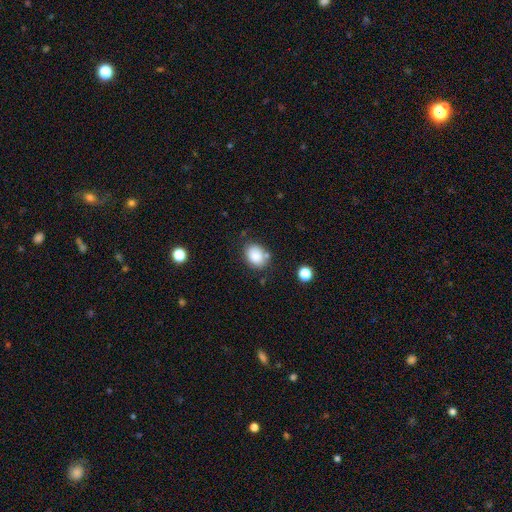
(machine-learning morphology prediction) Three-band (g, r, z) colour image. It shows a smooth galaxy with no disk features (85%) that is in between round and cigar-shaped (65%). Merging: none (70%).